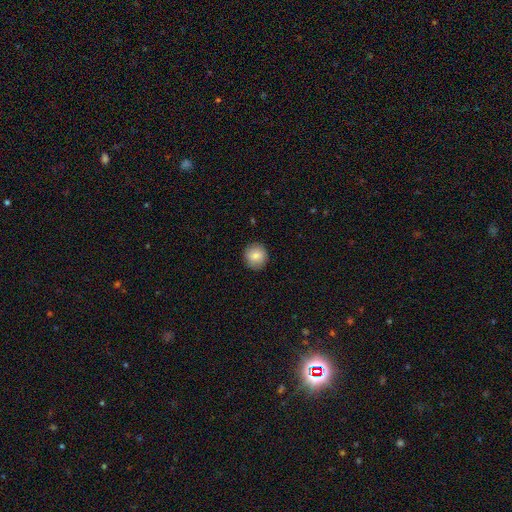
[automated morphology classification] Smooth or featured? Predicted: smooth (p=0.83). How rounded? Predicted: round (p=0.90). Merging? Predicted: none (p=0.89).